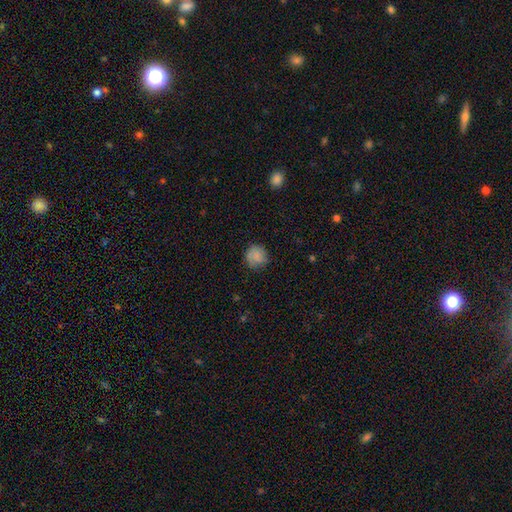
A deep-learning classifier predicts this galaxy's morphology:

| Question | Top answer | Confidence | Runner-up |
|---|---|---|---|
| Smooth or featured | smooth | 81% | featured or disk (10%) |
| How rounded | round | 88% | in between (11%) |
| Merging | none | 74% | minor disturbance (19%) |